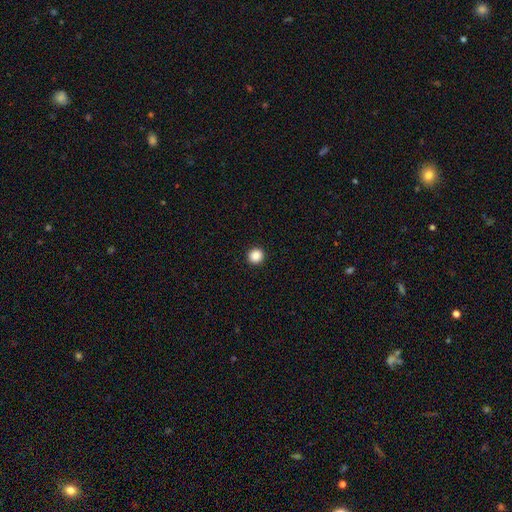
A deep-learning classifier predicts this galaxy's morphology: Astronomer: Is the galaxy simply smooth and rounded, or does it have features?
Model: smooth — 88%.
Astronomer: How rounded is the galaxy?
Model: round — 95%.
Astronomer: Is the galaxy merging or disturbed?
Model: none — 94%.